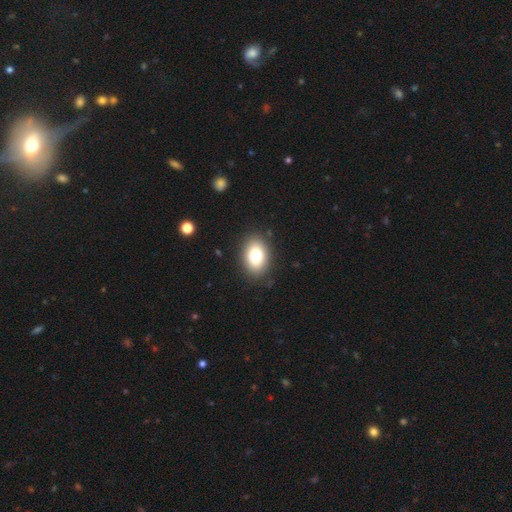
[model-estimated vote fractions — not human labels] Smooth or featured? smooth (79%)
How rounded? in between (83%)
Merging? none (88%)